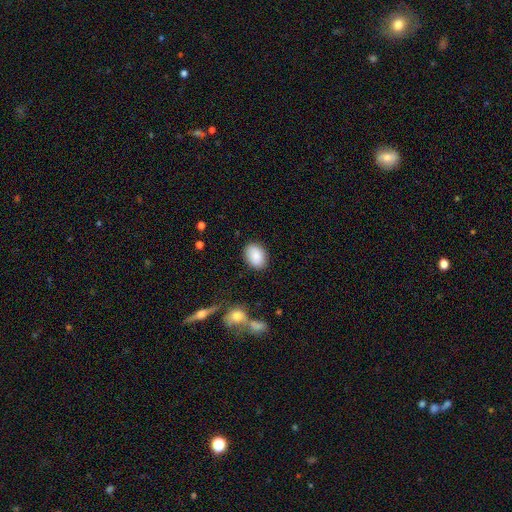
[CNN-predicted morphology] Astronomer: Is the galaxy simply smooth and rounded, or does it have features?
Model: smooth — 88%.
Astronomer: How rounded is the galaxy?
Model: in between — 81%.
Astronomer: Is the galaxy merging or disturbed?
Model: none — 85%.